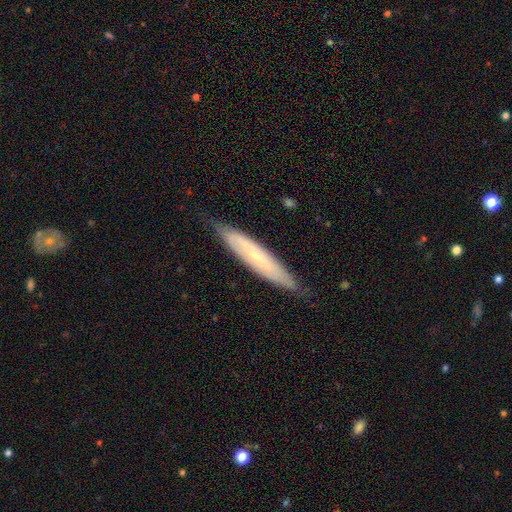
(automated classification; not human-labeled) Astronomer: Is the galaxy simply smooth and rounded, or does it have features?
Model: featured or disk — 53% (runner-up: smooth, 40%).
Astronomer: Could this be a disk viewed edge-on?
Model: yes — 62% (runner-up: no, 38%).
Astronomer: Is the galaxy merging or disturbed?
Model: none — 77%.